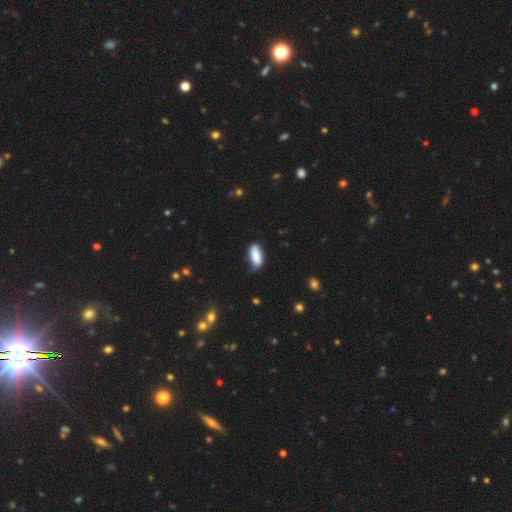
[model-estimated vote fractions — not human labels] A smooth galaxy with no disk features (87%) that is in between round and cigar-shaped (87%). Merging: none (74%).